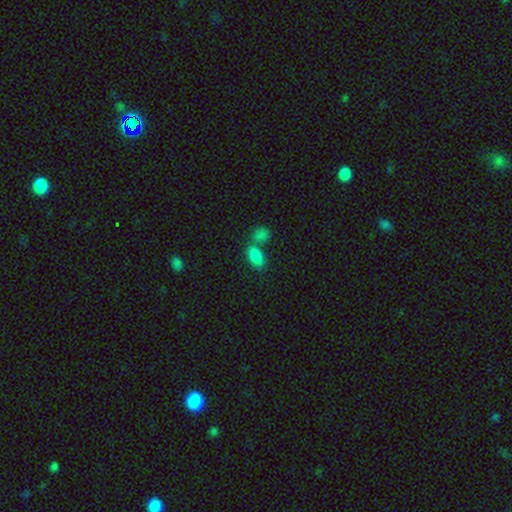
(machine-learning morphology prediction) smooth 84%, star or artifact 10%, featured or disk 6%. Down the decision tree: how rounded — in between (91%); merging — none (46%).